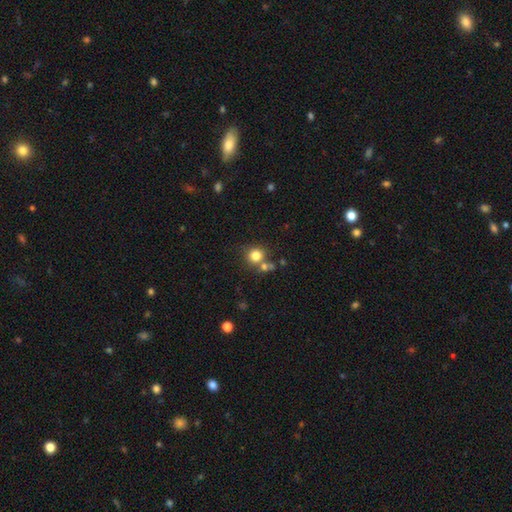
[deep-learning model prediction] Smooth or featured: smooth — 80% (star or artifact — 13%)
How rounded: round — 90% (in between — 9%)
Merging: none — 67% (merger — 20%)